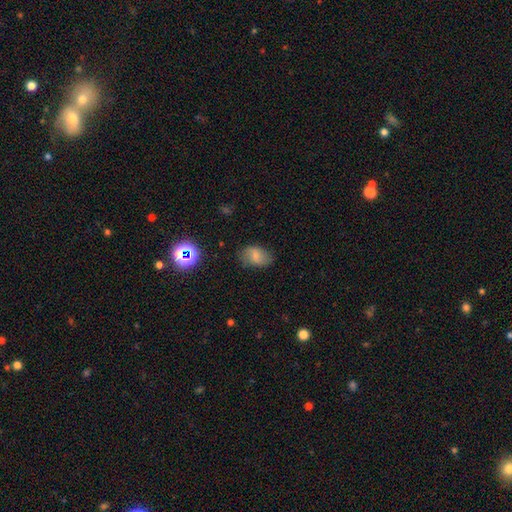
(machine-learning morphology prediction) A smooth galaxy with no disk features (70%) that is in between round and cigar-shaped (84%).

Vote fractions:
- Smooth or featured? smooth: 70% / featured or disk: 18% / star or artifact: 12%
- How rounded? in between: 84% / round: 14% / cigar-shaped: 1%
- Merging? none: 70% / minor disturbance: 22% / major disturbance: 6% / merger: 2%